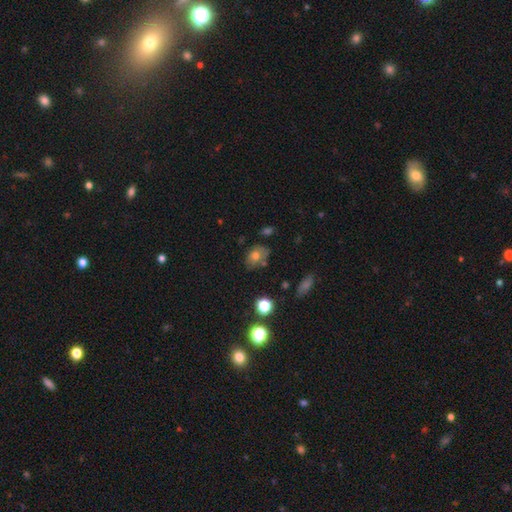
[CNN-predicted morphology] This is likely a smooth galaxy (67%). How rounded: likely in between (69%). Merging: possibly none (59%).